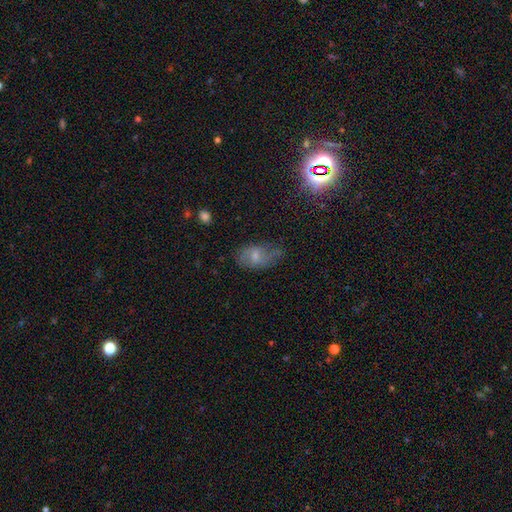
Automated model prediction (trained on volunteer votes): Smooth or featured? smooth (55%)
How rounded? in between (90%)
Merging? none (51%)